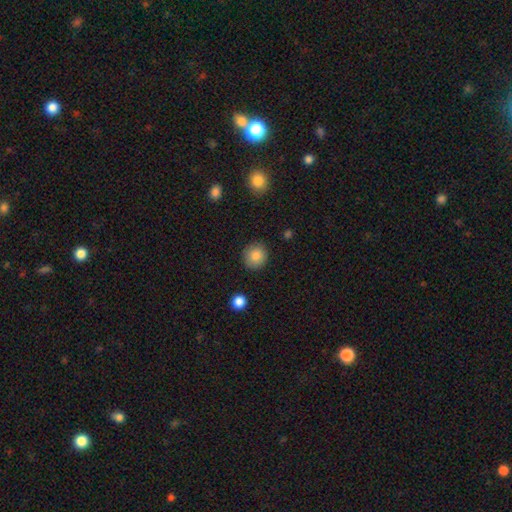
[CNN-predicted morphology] Q: Smooth or featured?
A: smooth (85%); runner-up: star or artifact (9%)
Q: How rounded?
A: round (90%); runner-up: in between (9%)
Q: Merging?
A: none (89%); runner-up: minor disturbance (8%)